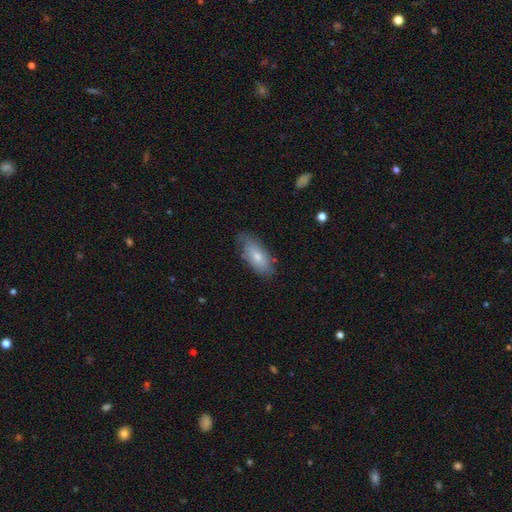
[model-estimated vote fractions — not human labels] Q: Smooth or featured?
A: smooth (59%); runner-up: featured or disk (32%)
Q: How rounded?
A: in between (82%); runner-up: cigar-shaped (15%)
Q: Merging?
A: none (78%); runner-up: minor disturbance (18%)